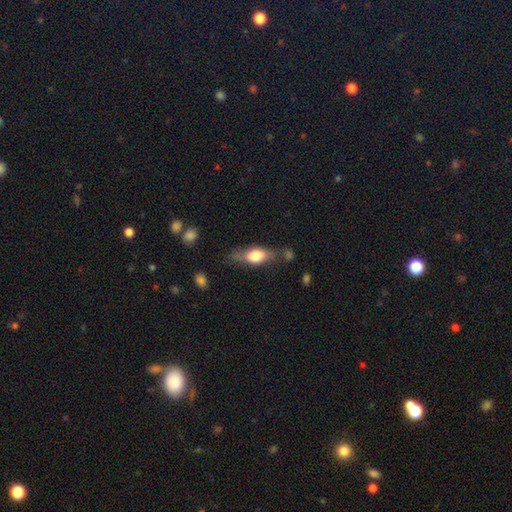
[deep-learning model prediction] Smooth or featured? smooth (59%)
How rounded? in between (70%)
Merging? none (60%)